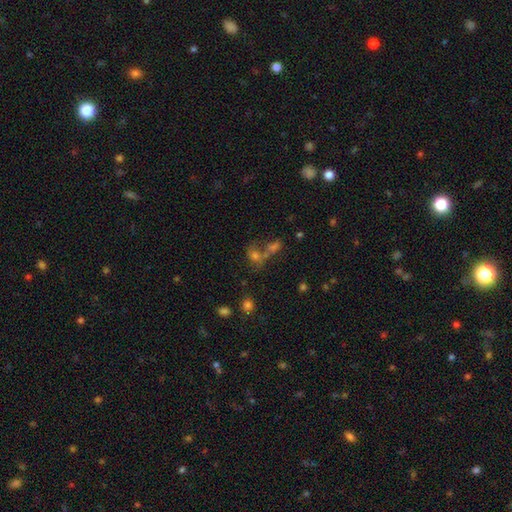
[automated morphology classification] Smooth or featured?
  - smooth: 57% *
  - star or artifact: 23%
  - featured or disk: 19%
How rounded?
  - round: 49% *
  - in between: 48%
  - cigar-shaped: 3%
Merging?
  - merger: 42% *
  - none: 35%
  - minor disturbance: 12%
  - major disturbance: 11%